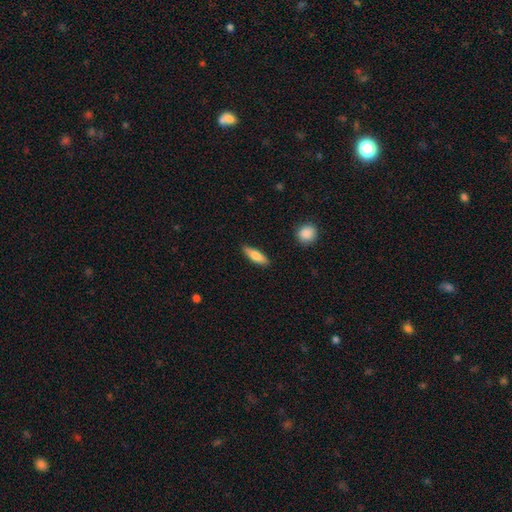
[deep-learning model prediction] Smooth or featured? smooth (75%)
How rounded? cigar-shaped (52%)
Merging? none (87%)